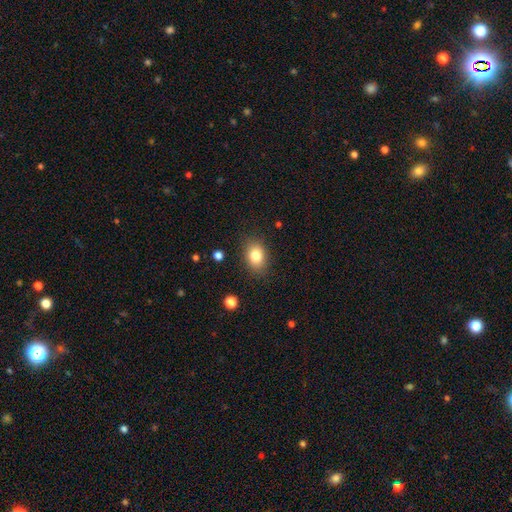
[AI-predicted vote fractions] smooth_or_featured: smooth (p=0.82) [alt: star or artifact p=0.10]
how_rounded: in between (p=0.72) [alt: round p=0.26]
merging: none (p=0.85) [alt: minor disturbance p=0.11]